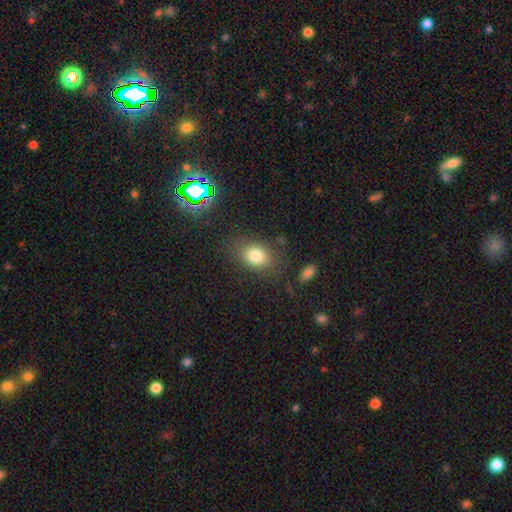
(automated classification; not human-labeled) Smooth or featured? Predicted: smooth (p=0.79). How rounded? Predicted: in between (p=0.68). Merging? Predicted: none (p=0.76).